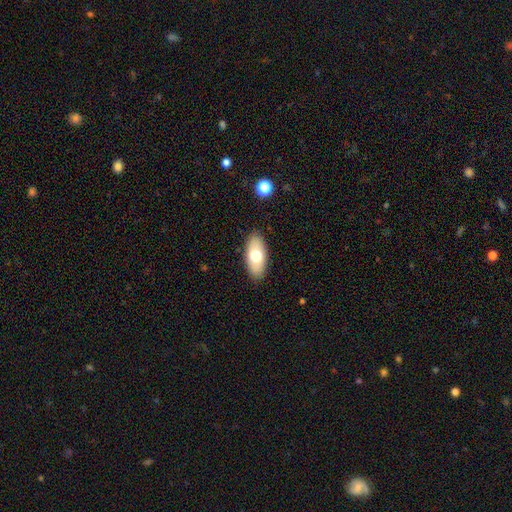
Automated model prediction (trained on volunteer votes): smooth_or_featured: smooth (p=0.70) [alt: featured or disk p=0.24]
how_rounded: in between (p=0.90) [alt: cigar-shaped p=0.07]
merging: none (p=0.88) [alt: minor disturbance p=0.09]